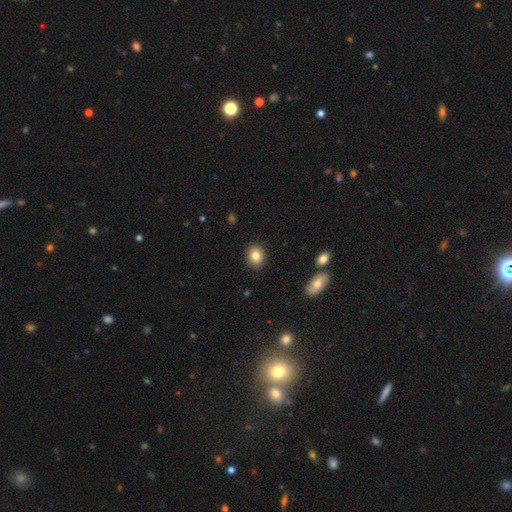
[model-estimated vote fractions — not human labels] smooth 83%, star or artifact 9%, featured or disk 8%. Down the decision tree: how rounded — round (60%); merging — none (90%).